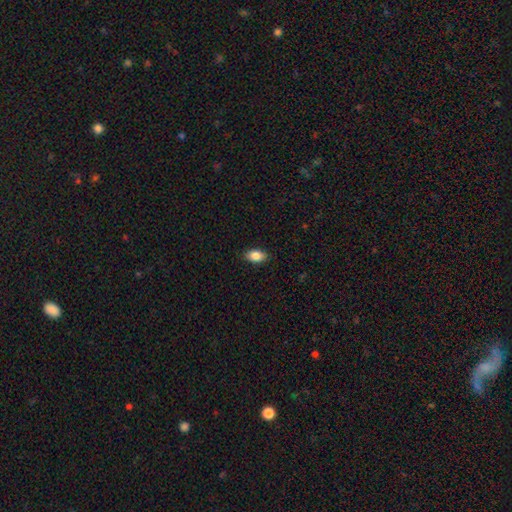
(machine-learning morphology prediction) Smooth or featured? smooth (86%)
How rounded? in between (90%)
Merging? none (88%)